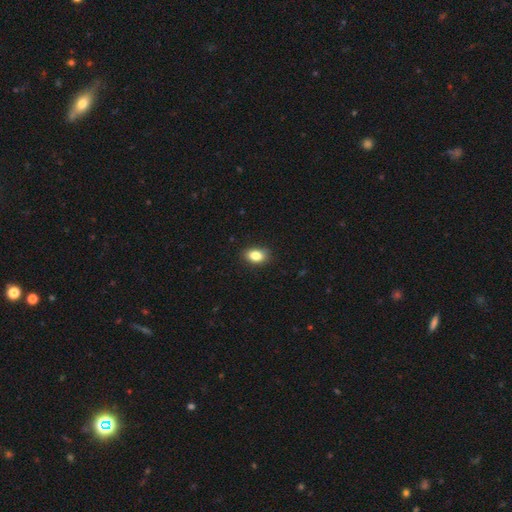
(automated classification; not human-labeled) Smooth or featured: smooth — 85% (star or artifact — 9%)
How rounded: in between — 84% (round — 14%)
Merging: none — 86% (minor disturbance — 11%)